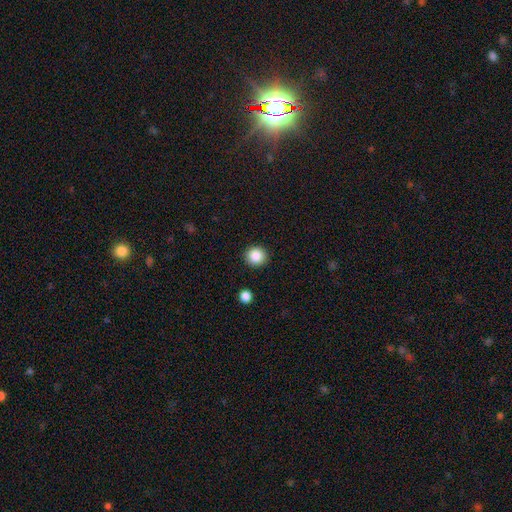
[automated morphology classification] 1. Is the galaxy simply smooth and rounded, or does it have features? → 86% smooth, 10% star or artifact, 4% featured or disk.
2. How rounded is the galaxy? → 93% round, 6% in between, 1% cigar-shaped.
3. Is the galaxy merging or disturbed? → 91% none, 5% minor disturbance, 2% major disturbance, 2% merger.